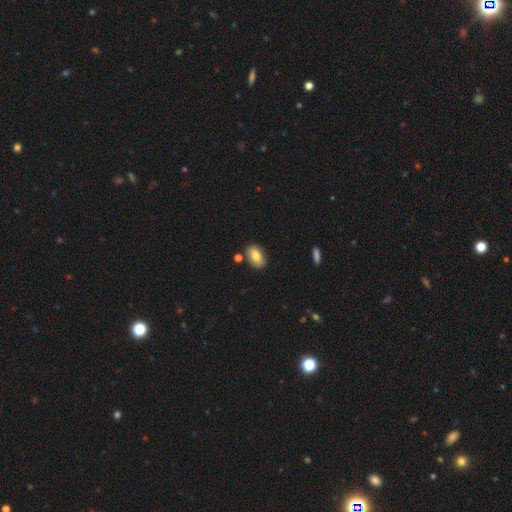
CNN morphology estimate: Smooth or featured?
  - smooth: 79% *
  - featured or disk: 14%
  - star or artifact: 8%
How rounded?
  - in between: 89% *
  - round: 8%
  - cigar-shaped: 3%
Merging?
  - none: 79% *
  - minor disturbance: 12%
  - merger: 6%
  - major disturbance: 3%